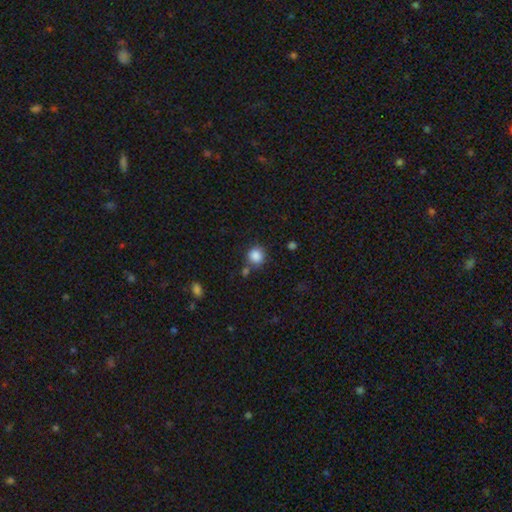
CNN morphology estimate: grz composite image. It shows a smooth galaxy with no disk features (86%) that is round (88%). Merging: none (75%).